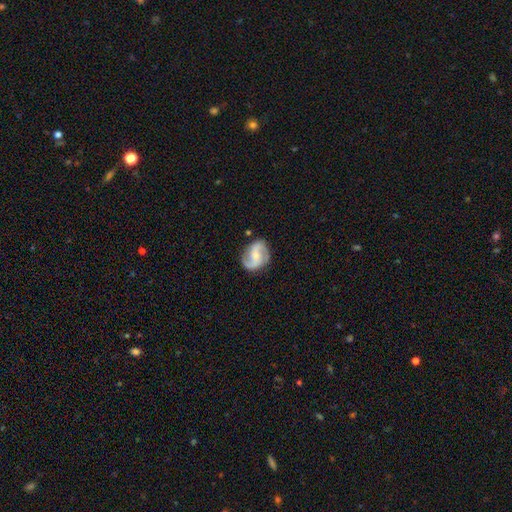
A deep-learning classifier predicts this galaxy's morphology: Smooth or featured? Predicted: featured or disk (p=0.82). Edge-on disk? Predicted: no (p=0.98). Bar? Predicted: no (p=0.46). Spiral arms? Predicted: yes (p=0.96). Spiral winding? Predicted: medium (p=0.47). Spiral arm count? Predicted: 2 (p=0.90). Bulge size? Predicted: small (p=0.57). Merging? Predicted: none (p=0.79).